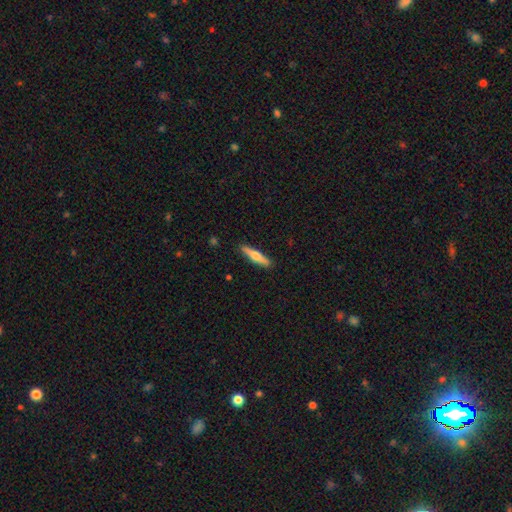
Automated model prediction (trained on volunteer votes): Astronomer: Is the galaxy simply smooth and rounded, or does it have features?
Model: smooth — 56% (runner-up: featured or disk, 39%).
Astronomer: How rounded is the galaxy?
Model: cigar-shaped — 84%.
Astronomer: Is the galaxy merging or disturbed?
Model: none — 90%.